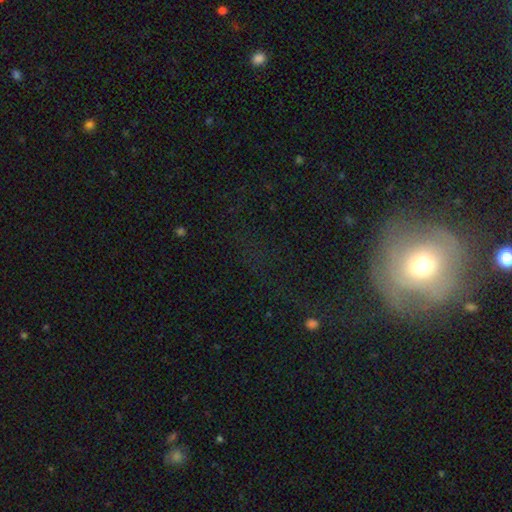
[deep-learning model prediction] star or artifact 37%, featured or disk 32%, smooth 32%.